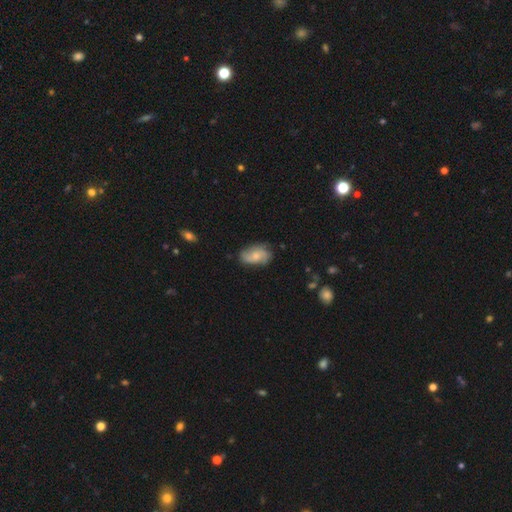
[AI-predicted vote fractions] Smooth or featured? smooth (49%)
Merging? none (68%)